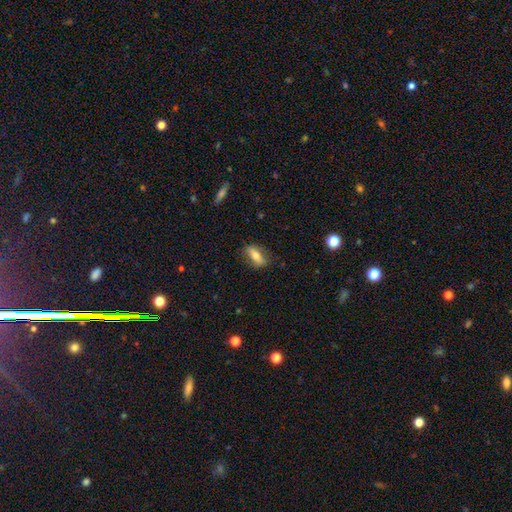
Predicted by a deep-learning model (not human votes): The model was most divided on "smooth or featured": smooth: 59%, featured or disk: 33%, star or artifact: 8%. More confident: merging — none (79%); how rounded — in between (68%).